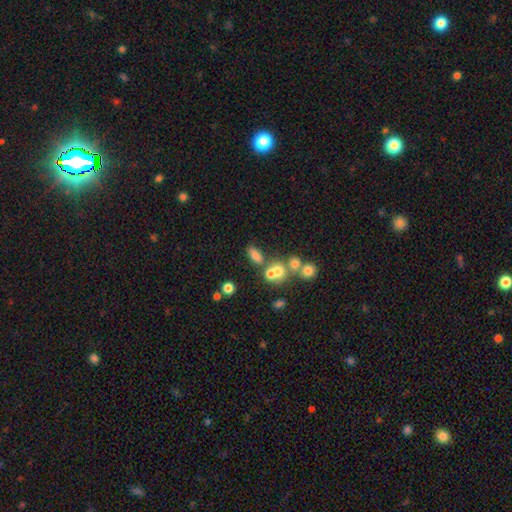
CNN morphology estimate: Smooth or featured? Predicted: smooth (p=0.69). How rounded? Predicted: in between (p=0.71). Merging? Predicted: none (p=0.51).